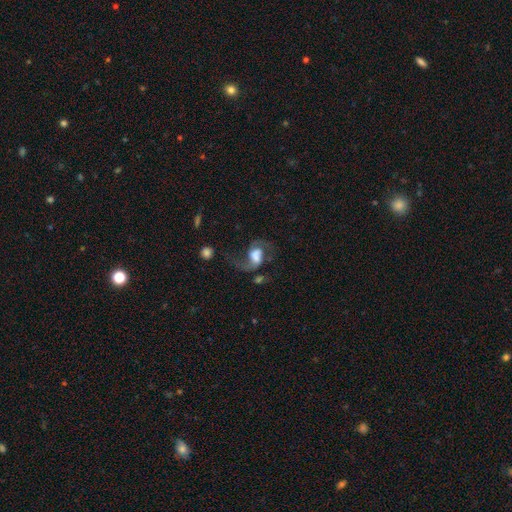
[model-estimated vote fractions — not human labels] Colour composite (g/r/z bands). It shows a featured or disk galaxy (77%) with a weak bar (43%), 2 (87%) loose (65%) spiral arms (93%) and a large central bulge (42%). Merging: none (49%).